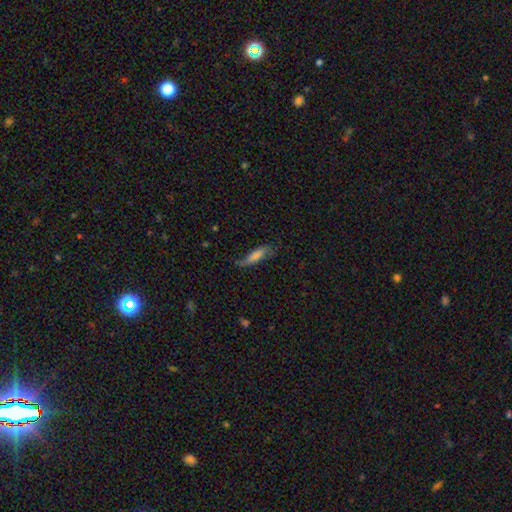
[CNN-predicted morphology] smooth 62%, featured or disk 30%, star or artifact 8%. Down the decision tree: how rounded — cigar-shaped (66%); merging — none (61%).